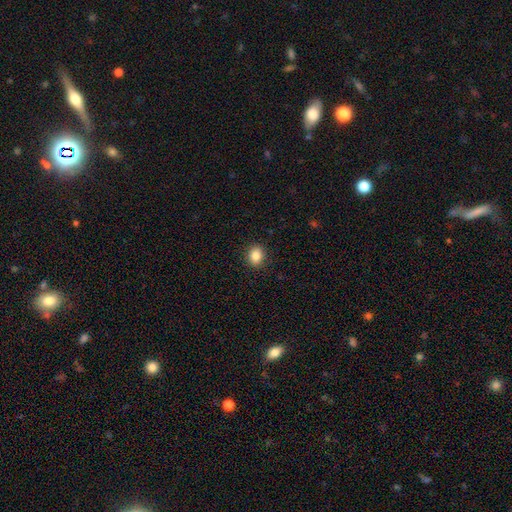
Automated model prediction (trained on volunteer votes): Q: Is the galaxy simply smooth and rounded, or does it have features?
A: smooth — 86%.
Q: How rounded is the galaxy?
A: round — 68%.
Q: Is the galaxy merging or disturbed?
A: none — 90%.